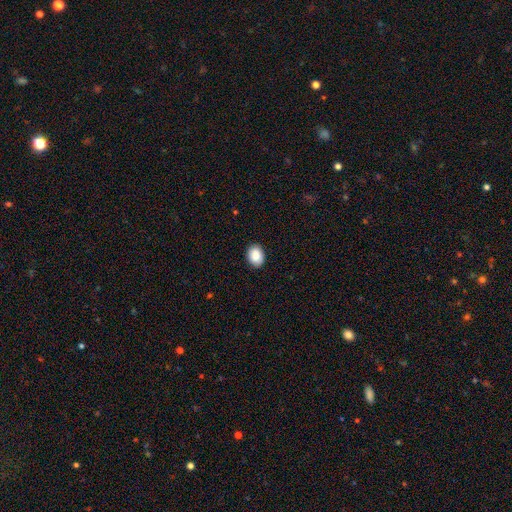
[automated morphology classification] This appears to be a smooth galaxy with no disk features (87%) that is in between round and cigar-shaped (63%). Merging: none (89%).